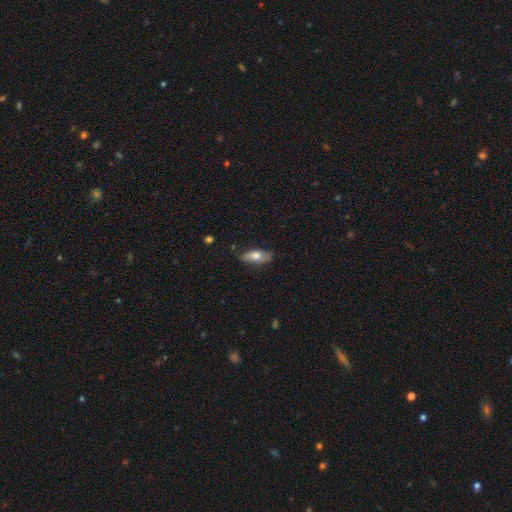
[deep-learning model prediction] This is likely a smooth galaxy (69%). How rounded: likely in between (79%). Merging: likely none (79%).